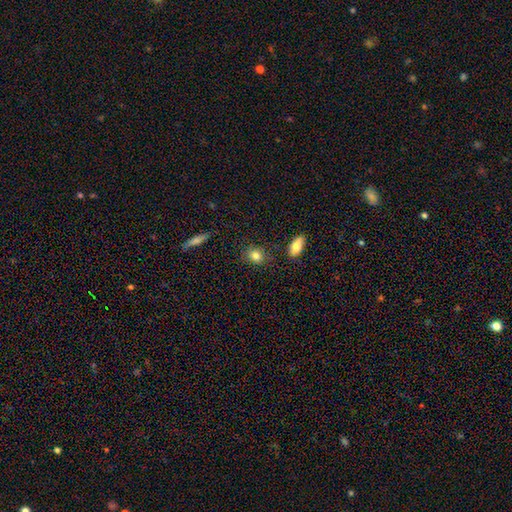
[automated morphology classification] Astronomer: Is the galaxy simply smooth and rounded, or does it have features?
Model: smooth — 83%.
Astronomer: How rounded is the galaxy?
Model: round — 56% (runner-up: in between, 42%).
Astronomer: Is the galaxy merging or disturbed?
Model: none — 83%.